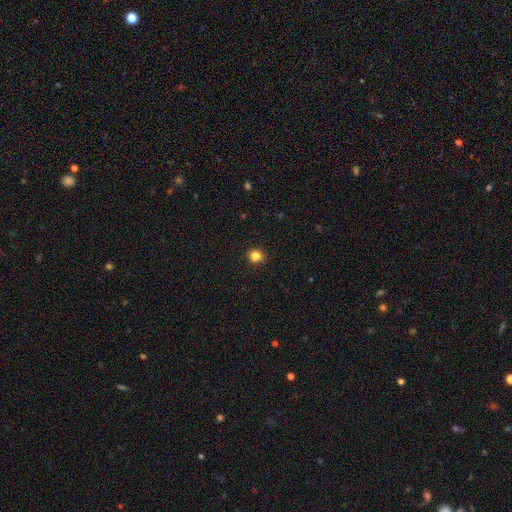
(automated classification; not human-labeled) smooth-or-featured: smooth: 83% | star or artifact: 12% | featured or disk: 5%
  how-rounded: round: 72% | in between: 27% | cigar-shaped: 1%
  merging: none: 88% | minor disturbance: 9% | major disturbance: 2% | merger: 2%